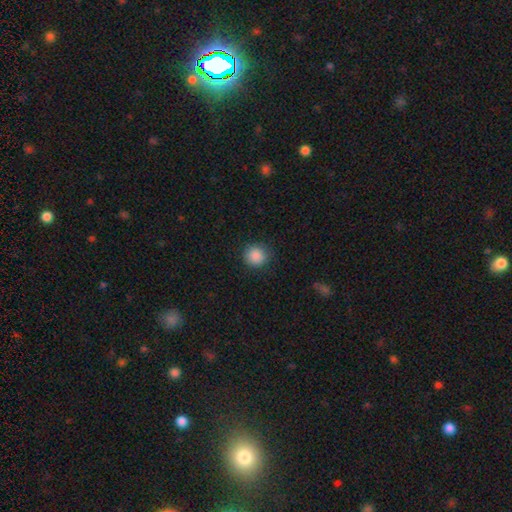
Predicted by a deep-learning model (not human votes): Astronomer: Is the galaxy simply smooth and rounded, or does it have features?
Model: smooth — 88%.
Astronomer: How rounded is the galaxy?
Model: round — 93%.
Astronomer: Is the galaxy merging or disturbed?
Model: none — 89%.